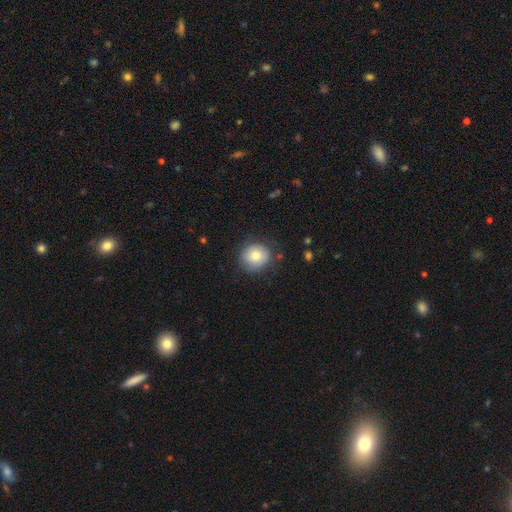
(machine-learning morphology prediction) type=smooth (77%); roundness=round (86%); merging=none (81%).